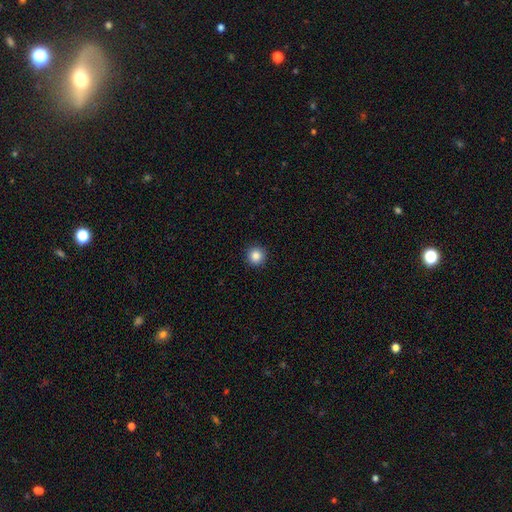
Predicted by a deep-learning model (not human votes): smooth_or_featured: smooth (p=0.85) [alt: star or artifact p=0.10]
how_rounded: round (p=0.95) [alt: in between p=0.04]
merging: none (p=0.93) [alt: minor disturbance p=0.05]